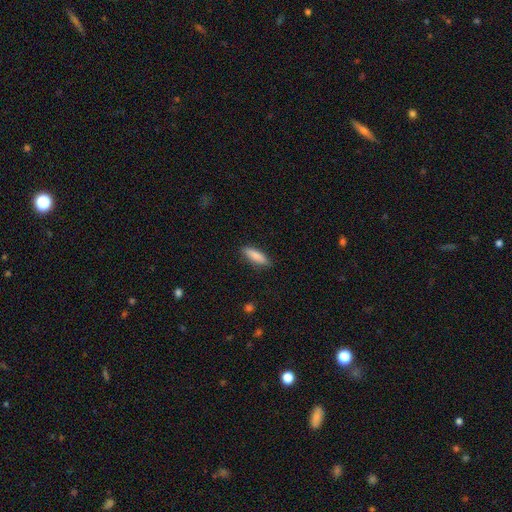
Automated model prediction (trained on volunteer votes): smooth-or-featured: smooth: 86% | featured or disk: 9% | star or artifact: 6%
  how-rounded: cigar-shaped: 53% | in between: 45% | round: 2%
  merging: none: 88% | minor disturbance: 9% | major disturbance: 2% | merger: 1%